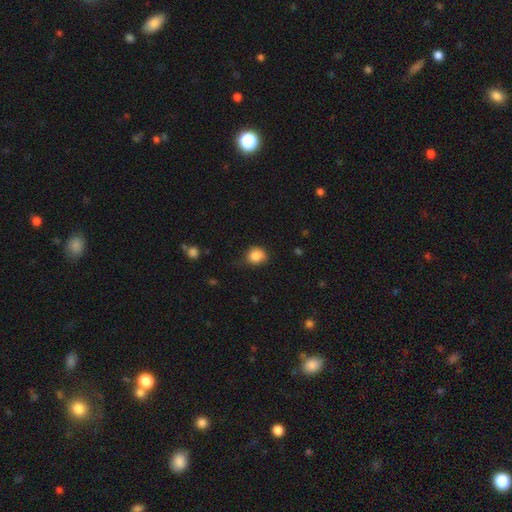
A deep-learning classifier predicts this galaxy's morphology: Smooth or featured?
  - smooth: 85% *
  - star or artifact: 10%
  - featured or disk: 5%
How rounded?
  - round: 73% *
  - in between: 26%
  - cigar-shaped: 1%
Merging?
  - none: 64% *
  - minor disturbance: 28%
  - major disturbance: 6%
  - merger: 2%